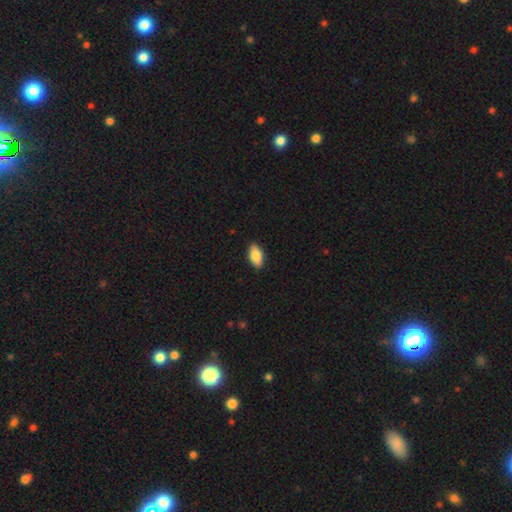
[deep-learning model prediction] This is clearly a smooth galaxy (83%). How rounded: clearly in between (90%). Merging: clearly none (89%).